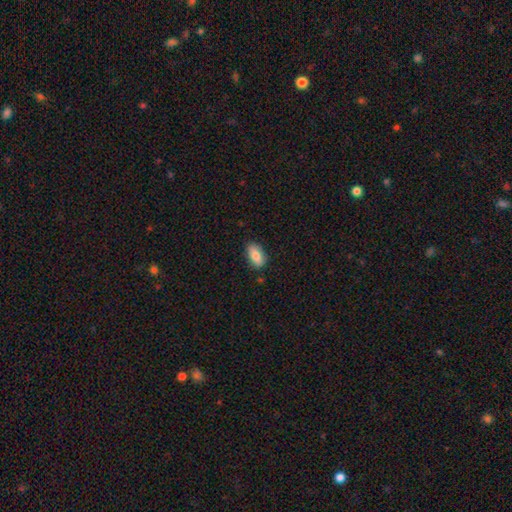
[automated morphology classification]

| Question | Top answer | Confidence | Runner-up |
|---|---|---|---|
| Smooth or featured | smooth | 83% | featured or disk (10%) |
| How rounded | in between | 89% | cigar-shaped (6%) |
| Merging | none | 83% | minor disturbance (13%) |